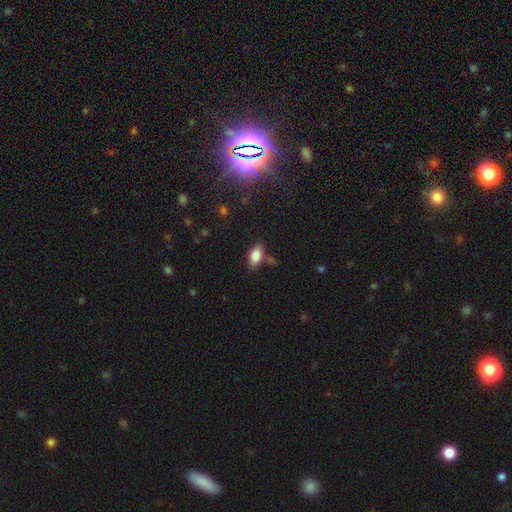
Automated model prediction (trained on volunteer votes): smooth-or-featured: smooth: 84% | star or artifact: 8% | featured or disk: 8%
  how-rounded: in between: 91% | round: 5% | cigar-shaped: 4%
  merging: none: 76% | minor disturbance: 14% | merger: 6% | major disturbance: 3%